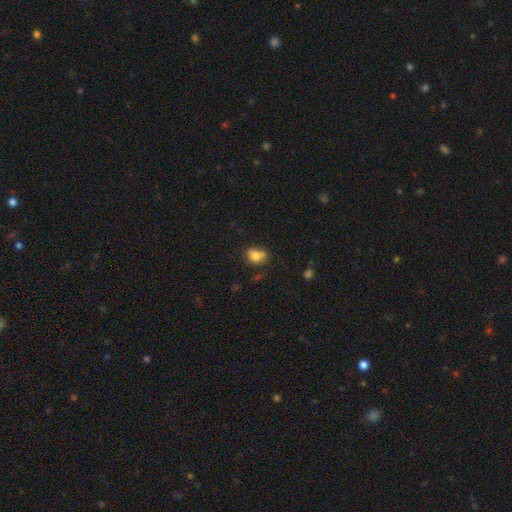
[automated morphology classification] smooth 74%, featured or disk 15%, star or artifact 11%. Down the decision tree: how rounded — in between (52%); merging — none (45%).